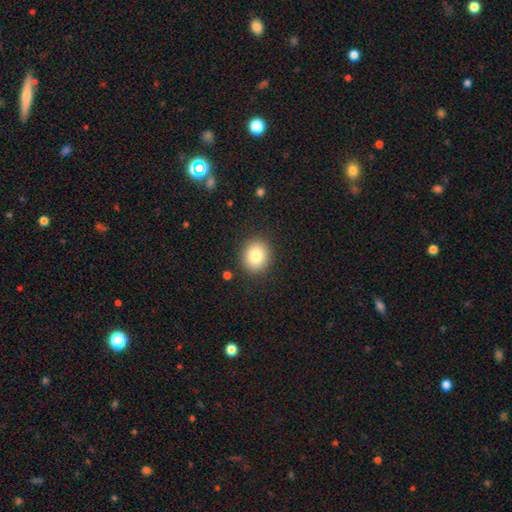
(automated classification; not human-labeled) This is clearly a smooth galaxy (83%). How rounded: likely round (71%). Merging: clearly none (89%).